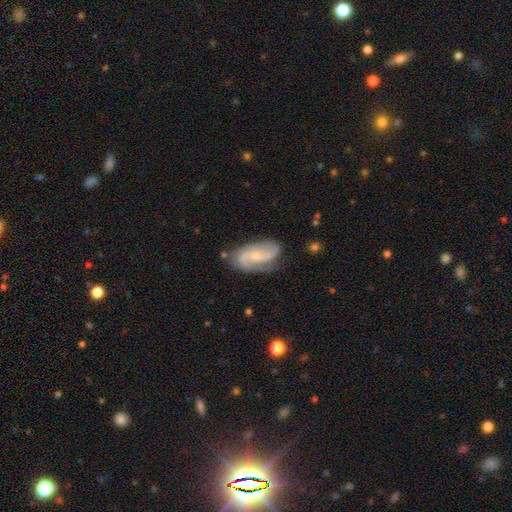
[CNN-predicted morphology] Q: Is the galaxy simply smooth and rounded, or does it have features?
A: featured or disk — 82%.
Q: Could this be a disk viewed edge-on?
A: no — 96%.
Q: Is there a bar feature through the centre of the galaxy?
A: no — 54%.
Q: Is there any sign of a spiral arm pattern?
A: yes — 96%.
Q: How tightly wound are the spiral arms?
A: medium — 47%.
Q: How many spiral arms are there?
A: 2 — 72%.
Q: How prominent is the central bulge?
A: small — 67%.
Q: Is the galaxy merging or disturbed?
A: none — 69%.